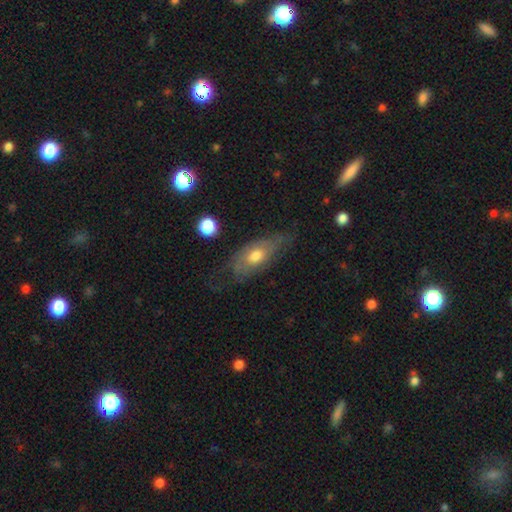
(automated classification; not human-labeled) A featured or disk galaxy (51%). Merging: none (55%).